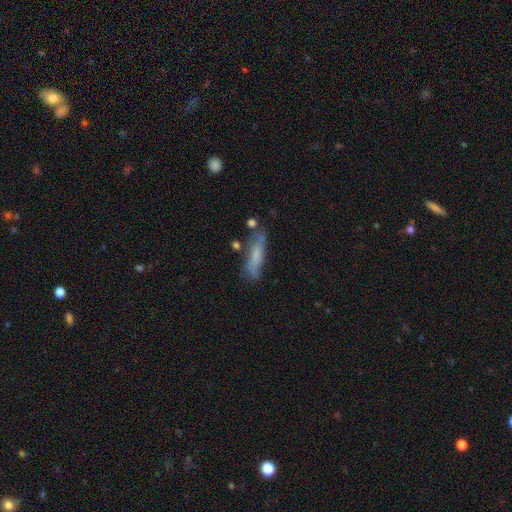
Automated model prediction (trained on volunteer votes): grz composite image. It shows a smooth galaxy with no disk features (63%) that is cigar-shaped (74%). Merging: none (64%).